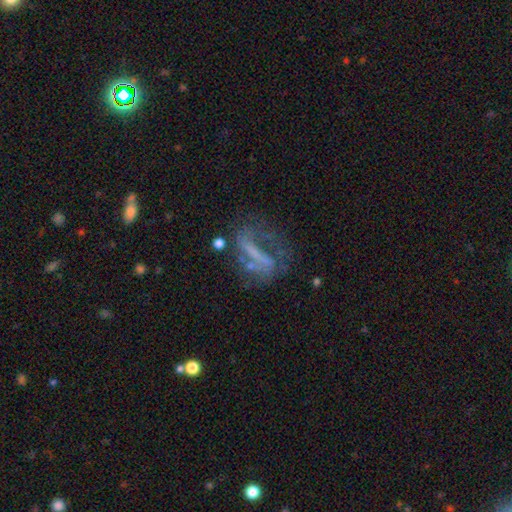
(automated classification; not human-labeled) A featured or disk galaxy (59%). Merging: none (40%).